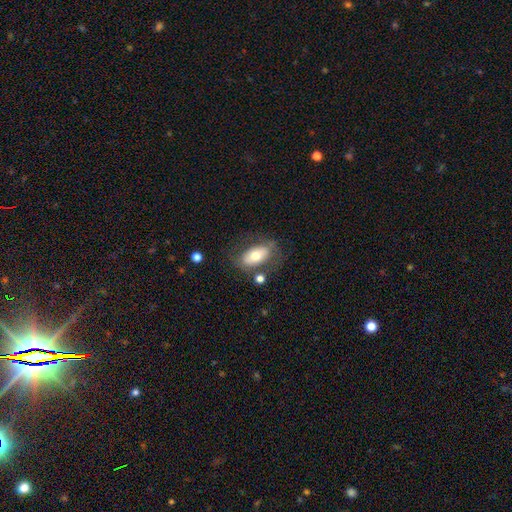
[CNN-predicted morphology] smooth-or-featured: smooth: 62% | featured or disk: 31% | star or artifact: 7%
  how-rounded: in between: 90% | round: 6% | cigar-shaped: 4%
  merging: none: 64% | minor disturbance: 18% | major disturbance: 10% | merger: 8%